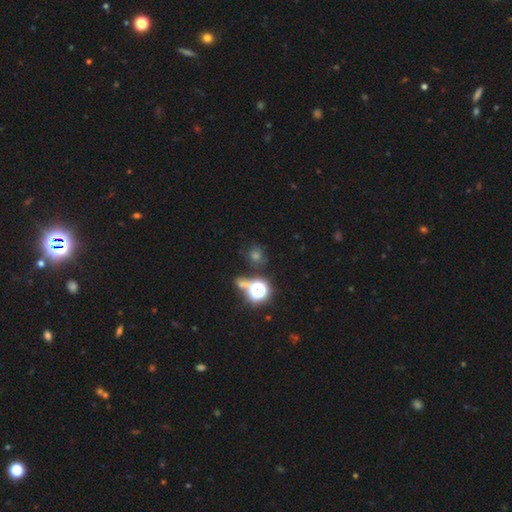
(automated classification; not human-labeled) Smooth or featured: star or artifact — 48% (smooth — 43%)